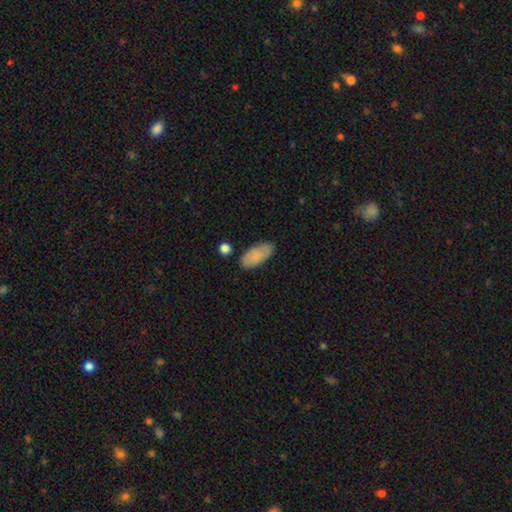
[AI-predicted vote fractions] The model was most divided on "merging": none: 74%, minor disturbance: 19%, major disturbance: 4%, merger: 3%. More confident: how rounded — in between (89%); smooth or featured — smooth (82%).